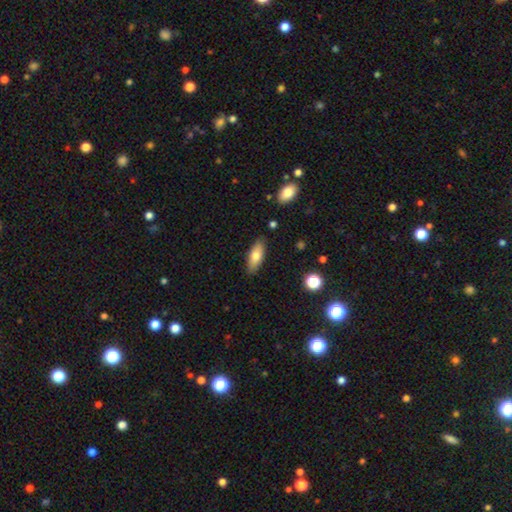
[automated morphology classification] This is likely a smooth galaxy (74%). How rounded: likely in between (71%). Merging: clearly none (87%).